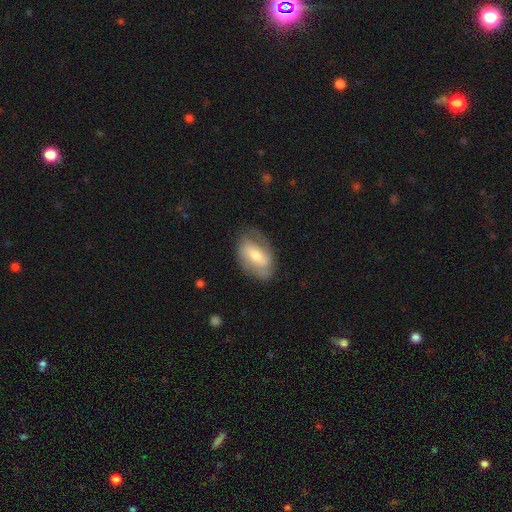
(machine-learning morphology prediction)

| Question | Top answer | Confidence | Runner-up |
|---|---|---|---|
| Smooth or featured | featured or disk | 54% | smooth (39%) |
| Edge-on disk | no | 91% | yes (9%) |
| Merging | none | 66% | minor disturbance (23%) |